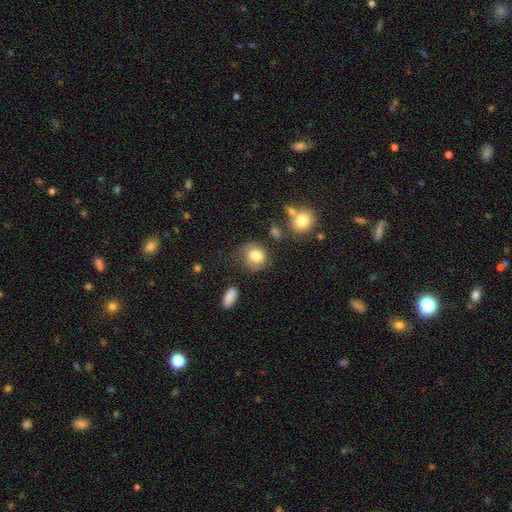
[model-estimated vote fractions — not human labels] This appears to be a smooth galaxy with no disk features (77%) that is round (71%). Merging: none (58%).